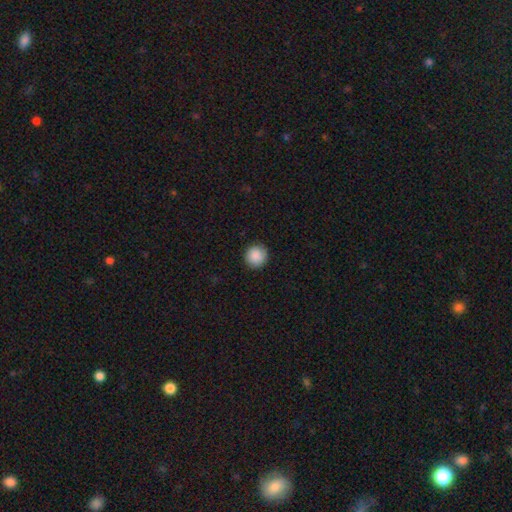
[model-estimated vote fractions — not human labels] Morphology: type=smooth (89%); roundness=round (93%); merging=none (90%).